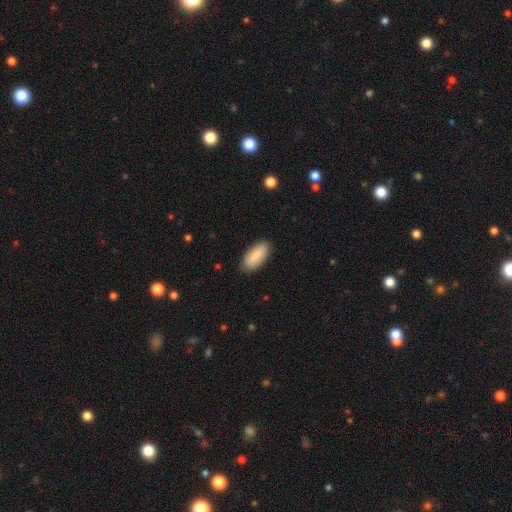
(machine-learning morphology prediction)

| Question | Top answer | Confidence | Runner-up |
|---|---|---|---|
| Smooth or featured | smooth | 88% | featured or disk (6%) |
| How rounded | in between | 88% | cigar-shaped (10%) |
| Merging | none | 85% | minor disturbance (11%) |